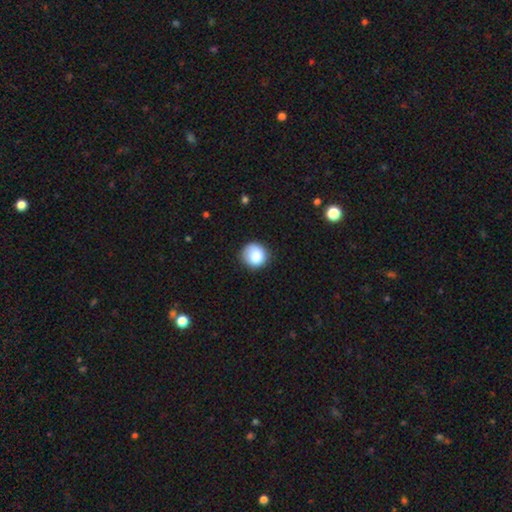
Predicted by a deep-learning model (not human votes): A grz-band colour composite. It shows a smooth galaxy with no disk features (86%) that is round (92%). Merging: none (80%).